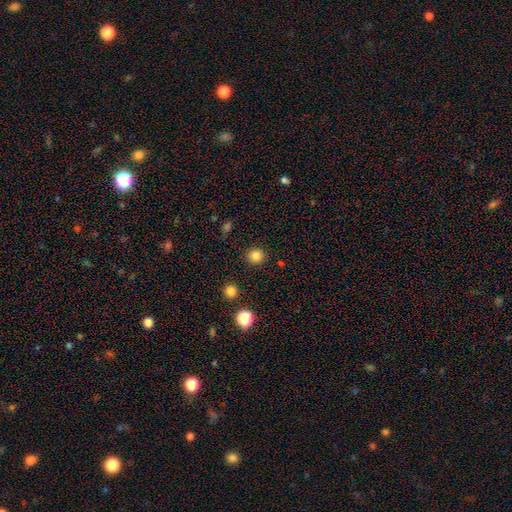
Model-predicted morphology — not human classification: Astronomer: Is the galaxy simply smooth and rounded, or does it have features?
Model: smooth — 83%.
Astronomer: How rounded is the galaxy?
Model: round — 91%.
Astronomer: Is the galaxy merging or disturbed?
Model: none — 91%.